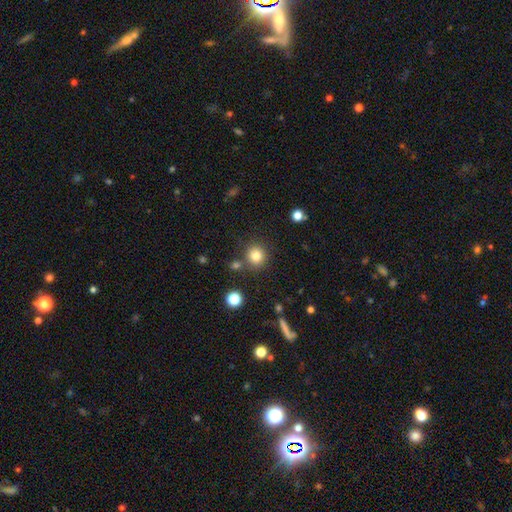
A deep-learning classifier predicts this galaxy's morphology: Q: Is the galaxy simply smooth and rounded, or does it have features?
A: smooth — 83%.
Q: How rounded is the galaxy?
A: round — 91%.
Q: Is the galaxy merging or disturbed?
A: none — 81%.